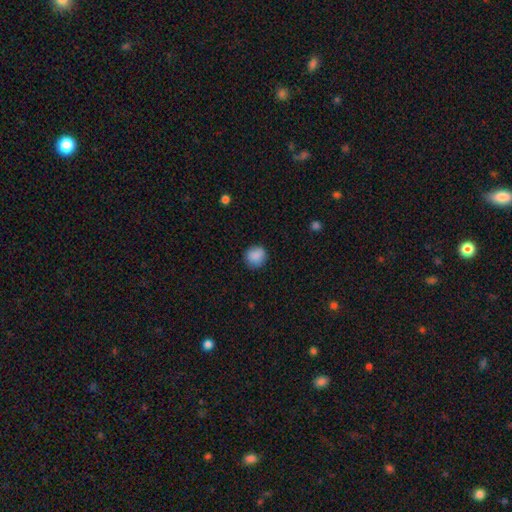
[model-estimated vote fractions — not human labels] Q: Smooth or featured?
A: smooth (88%); runner-up: star or artifact (8%)
Q: How rounded?
A: round (86%); runner-up: in between (13%)
Q: Merging?
A: none (86%); runner-up: minor disturbance (11%)